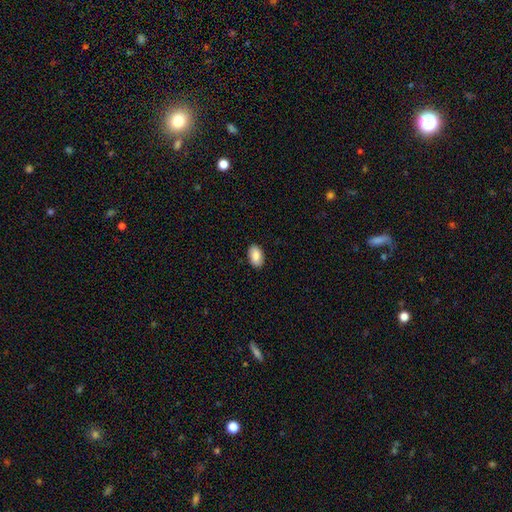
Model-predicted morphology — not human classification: Smooth or featured?
  - smooth: 87% *
  - star or artifact: 7%
  - featured or disk: 6%
How rounded?
  - in between: 93% *
  - round: 5%
  - cigar-shaped: 1%
Merging?
  - none: 89% *
  - minor disturbance: 8%
  - major disturbance: 2%
  - merger: 1%